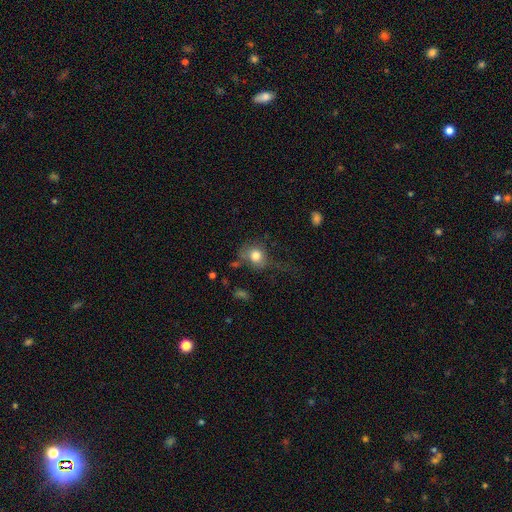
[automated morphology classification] This is likely a smooth galaxy (78%). How rounded: likely round (72%). Merging: possibly none (47%).